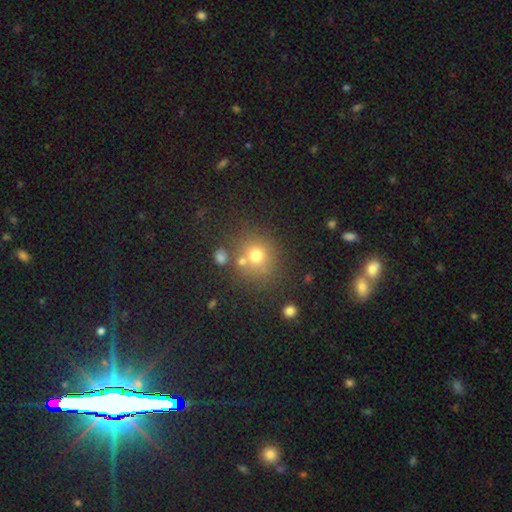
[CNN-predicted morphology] smooth-or-featured: smooth: 70% | star or artifact: 18% | featured or disk: 12%
  how-rounded: round: 85% | in between: 14% | cigar-shaped: 1%
  merging: none: 70% | merger: 13% | minor disturbance: 11% | major disturbance: 5%